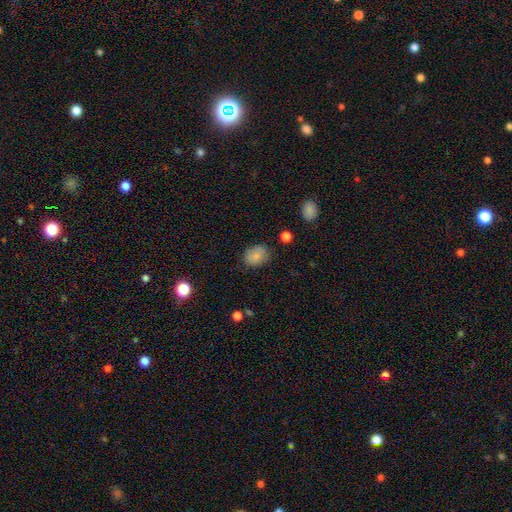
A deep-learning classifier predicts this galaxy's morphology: Smooth or featured?
  - smooth: 84% *
  - star or artifact: 9%
  - featured or disk: 7%
How rounded?
  - in between: 68% *
  - round: 31%
  - cigar-shaped: 1%
Merging?
  - none: 79% *
  - minor disturbance: 16%
  - major disturbance: 4%
  - merger: 2%